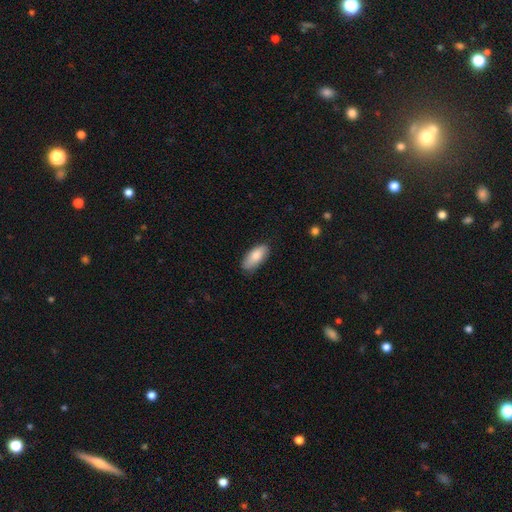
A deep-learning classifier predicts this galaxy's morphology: smooth-or-featured: smooth: 85% | featured or disk: 9% | star or artifact: 6%
  how-rounded: in between: 86% | cigar-shaped: 12% | round: 2%
  merging: none: 80% | minor disturbance: 16% | major disturbance: 3% | merger: 1%